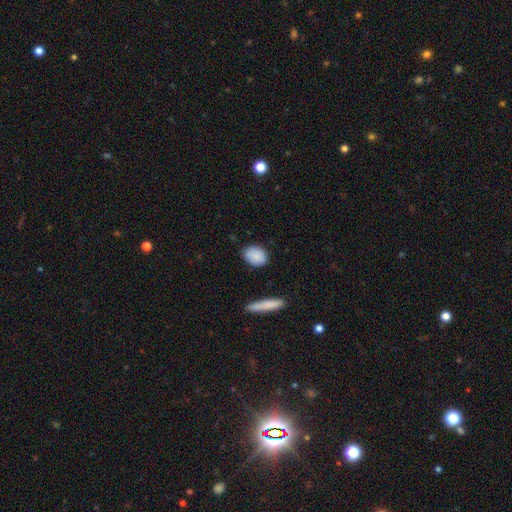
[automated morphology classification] smooth-or-featured: smooth: 86% | featured or disk: 7% | star or artifact: 6%
  how-rounded: in between: 69% | round: 28% | cigar-shaped: 2%
  merging: none: 81% | minor disturbance: 14% | major disturbance: 3% | merger: 2%